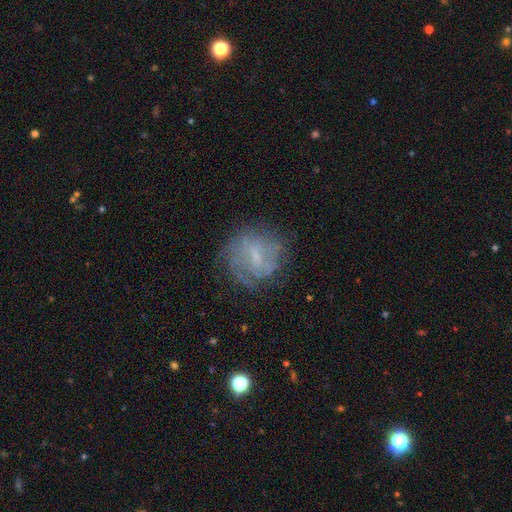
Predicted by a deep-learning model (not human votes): A featured or disk galaxy (62%) with a weak bar (52%), spiral arms (68%) and a small central bulge (59%).

Vote fractions:
- Smooth or featured? featured or disk: 62% / smooth: 27% / star or artifact: 11%
- Edge-on disk? no: 97% / yes: 3%
- Bar? weak: 52% / no: 36% / strong: 12%
- Spiral arms? yes: 68% / no: 32%
- Bulge size? small: 59% / none: 20% / moderate: 19% / large: 1% / dominant: 1%
- Merging? none: 66% / minor disturbance: 19% / major disturbance: 14% / merger: 2%